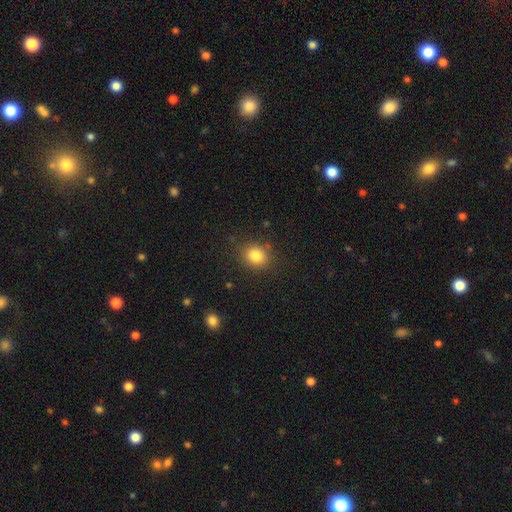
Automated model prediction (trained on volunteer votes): smooth 83%, star or artifact 12%, featured or disk 6%. Down the decision tree: how rounded — round (69%); merging — none (85%).